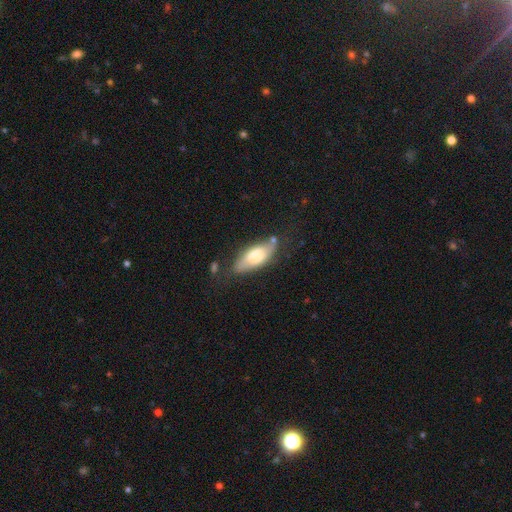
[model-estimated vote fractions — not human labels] Morphology: type=smooth (66%); roundness=in between (74%); merging=none (67%).